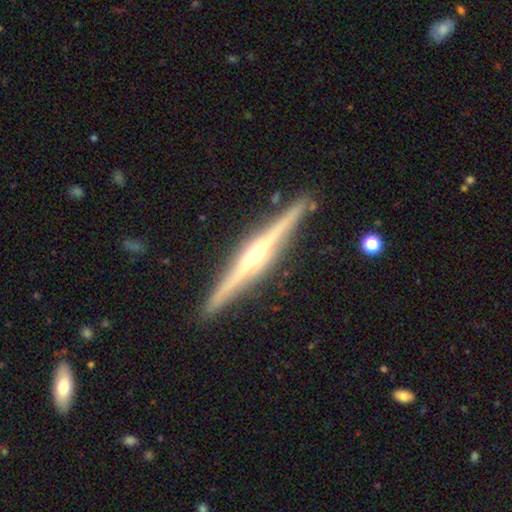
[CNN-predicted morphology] Smooth or featured? featured or disk (87%)
Edge-on disk? yes (99%)
Edge-on bulge? rounded (92%)
Merging? none (92%)